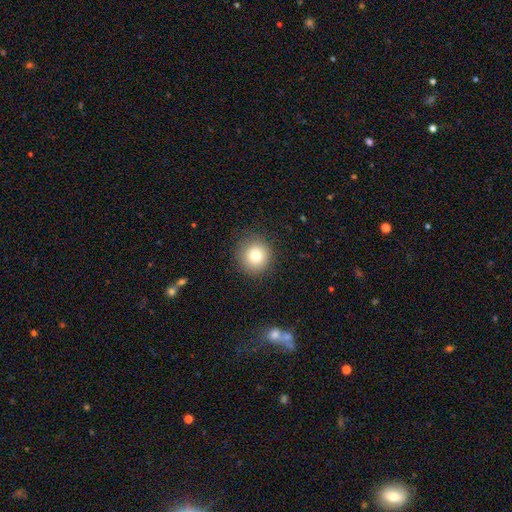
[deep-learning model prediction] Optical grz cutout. It shows a smooth galaxy with no disk features (79%) that is round (92%). Merging: none (87%).